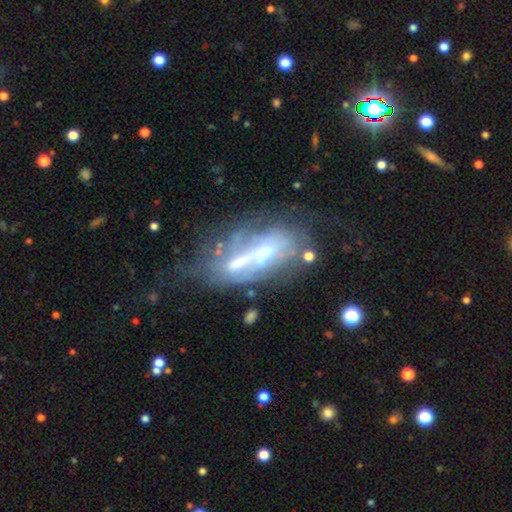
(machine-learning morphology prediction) smooth-or-featured: featured or disk: 71% | smooth: 18% | star or artifact: 12%
  disk-edge-on: no: 81% | yes: 19%
    bar: no: 51% | weak: 26% | strong: 23%
    has-spiral-arms: no: 56% | yes: 44%
    bulge-size: moderate: 47% | small: 40% | large: 6% | none: 5% | dominant: 2%
  merging: none: 36% | merger: 24% | major disturbance: 22% | minor disturbance: 18%